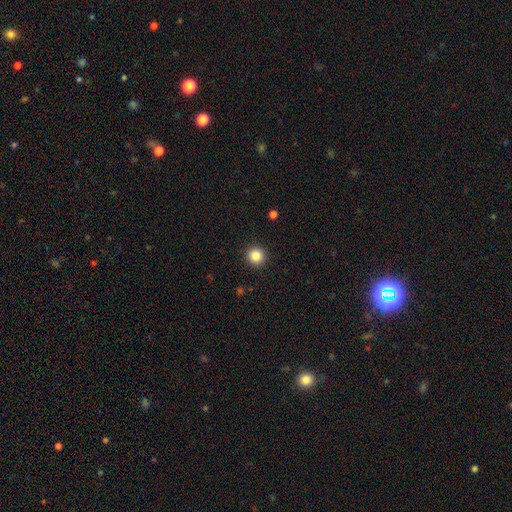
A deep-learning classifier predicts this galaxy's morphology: smooth 85%, star or artifact 11%, featured or disk 4%. Down the decision tree: how rounded — round (95%); merging — none (92%).